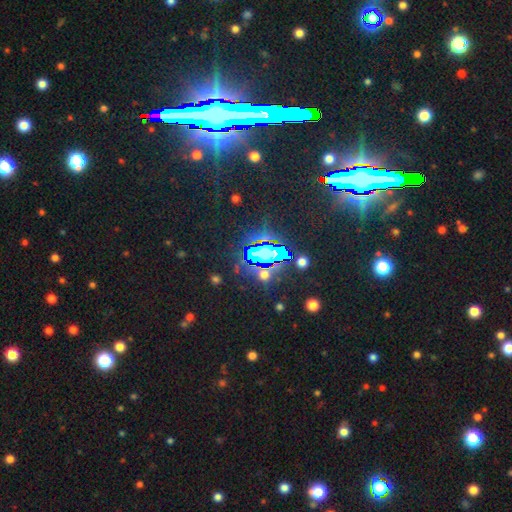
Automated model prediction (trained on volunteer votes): A star or artifact, not a galaxy (82%).